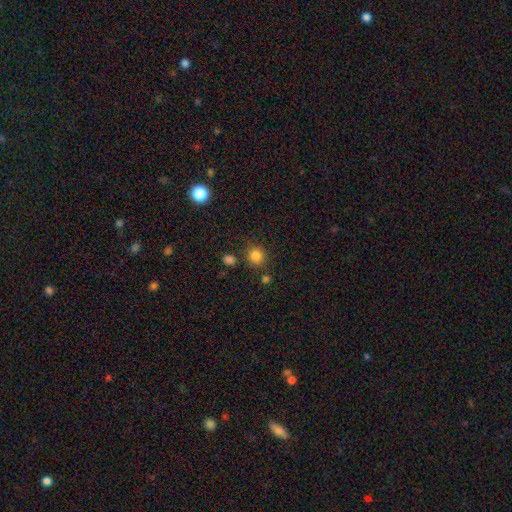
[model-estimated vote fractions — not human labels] smooth-or-featured: smooth: 83% | star or artifact: 12% | featured or disk: 5%
  how-rounded: round: 87% | in between: 12% | cigar-shaped: 1%
  merging: none: 80% | minor disturbance: 10% | merger: 7% | major disturbance: 4%